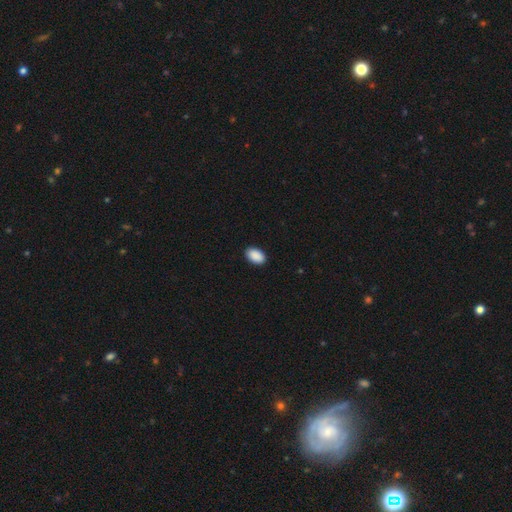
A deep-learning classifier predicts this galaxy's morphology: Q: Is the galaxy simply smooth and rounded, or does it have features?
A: smooth — 91%.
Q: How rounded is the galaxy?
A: in between — 91%.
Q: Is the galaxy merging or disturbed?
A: none — 90%.